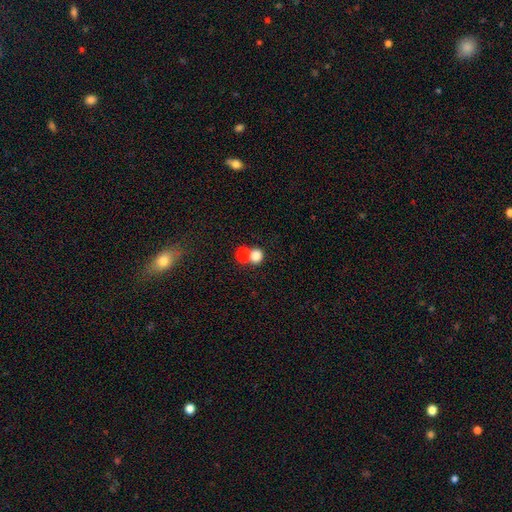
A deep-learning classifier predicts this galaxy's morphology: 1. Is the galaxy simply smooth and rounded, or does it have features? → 80% smooth, 12% star or artifact, 8% featured or disk.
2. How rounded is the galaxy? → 77% round, 22% in between, 1% cigar-shaped.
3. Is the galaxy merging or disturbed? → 45% none (tied), 45% merger (tied), 7% minor disturbance, 3% major disturbance.